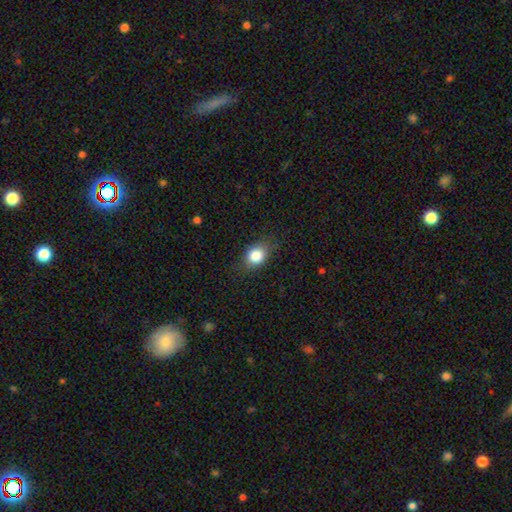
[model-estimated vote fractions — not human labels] This appears to be a smooth galaxy with no disk features (83%) that is in between round and cigar-shaped (57%). Merging: none (77%).